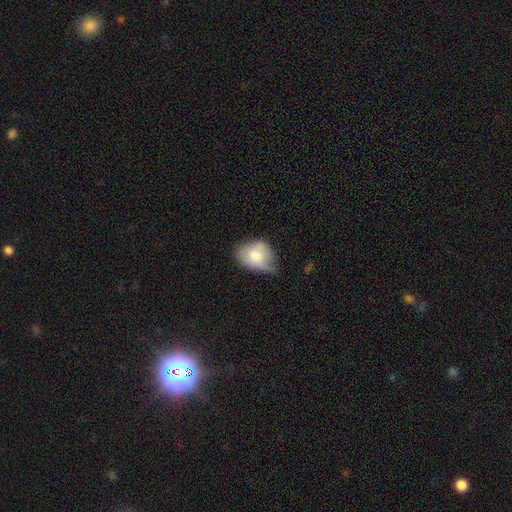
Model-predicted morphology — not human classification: Q: Smooth or featured?
A: smooth (76%); runner-up: featured or disk (17%)
Q: How rounded?
A: in between (72%); runner-up: round (27%)
Q: Merging?
A: minor disturbance (51%); runner-up: none (25%)